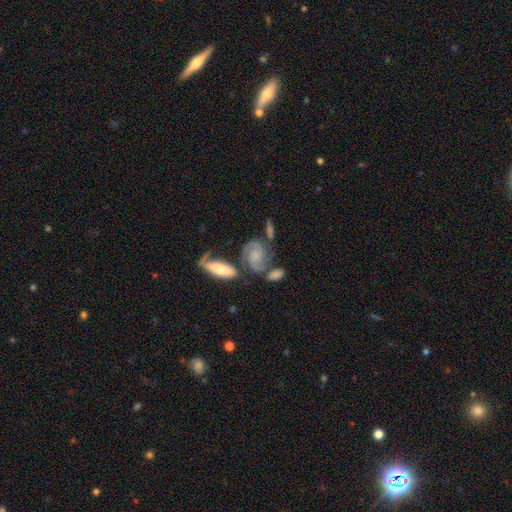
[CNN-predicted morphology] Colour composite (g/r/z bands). It shows a featured or disk galaxy (76%) with no bar (62%), 2 (84%) medium (48%) spiral arms (95%) and a small central bulge (34%). Merging: none (48%).